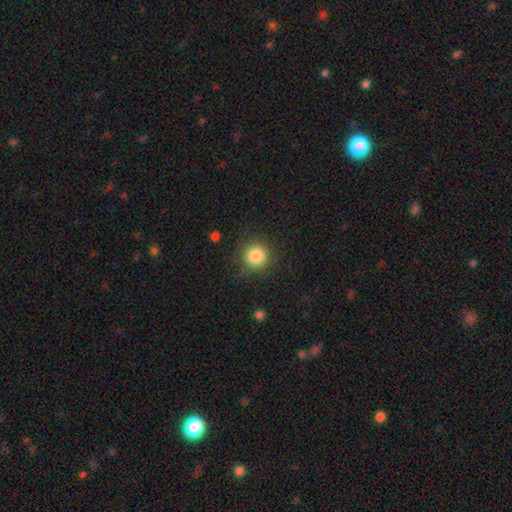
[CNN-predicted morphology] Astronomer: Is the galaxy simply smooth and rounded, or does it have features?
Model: smooth — 84%.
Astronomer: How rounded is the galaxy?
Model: round — 94%.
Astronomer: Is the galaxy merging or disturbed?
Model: none — 83%.